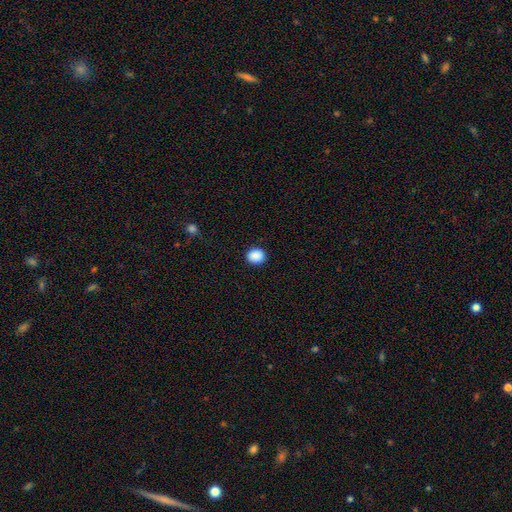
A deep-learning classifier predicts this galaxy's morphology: Smooth or featured? Predicted: smooth (p=0.89). How rounded? Predicted: round (p=0.77). Merging? Predicted: none (p=0.91).